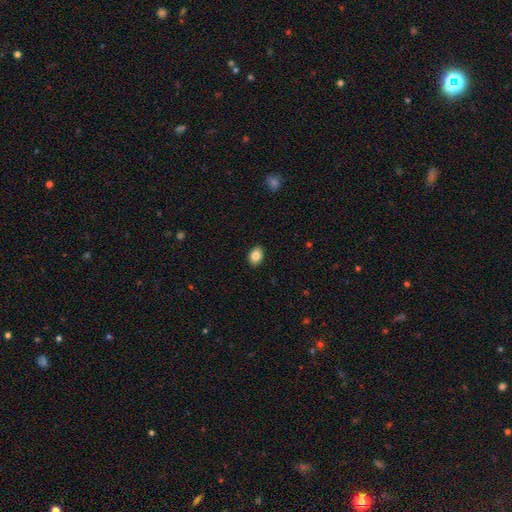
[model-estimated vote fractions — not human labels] This appears to be a smooth galaxy with no disk features (86%) that is in between round and cigar-shaped (73%). Merging: none (91%).